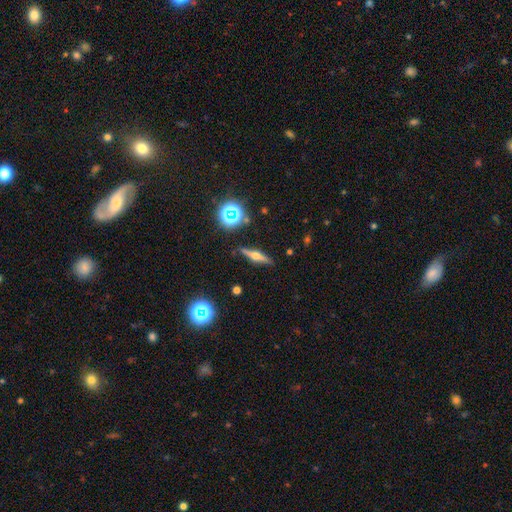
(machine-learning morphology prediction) Smooth or featured: featured or disk — 64% (smooth — 25%)
Edge-on disk: yes — 95% (no — 5%)
Edge-on bulge: rounded — 93% (boxy — 5%)
Merging: none — 88% (minor disturbance — 8%)